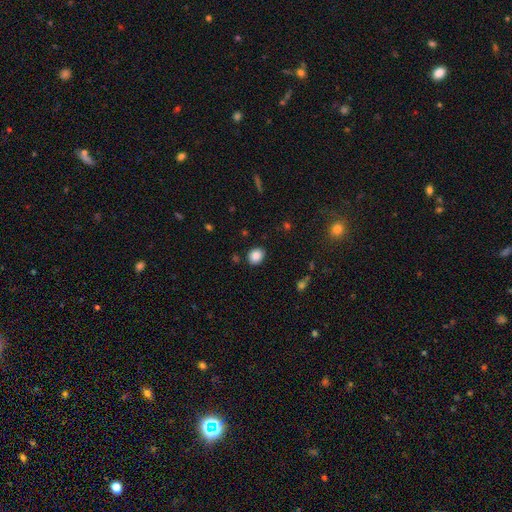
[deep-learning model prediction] Q: Smooth or featured?
A: smooth (87%); runner-up: star or artifact (9%)
Q: How rounded?
A: round (57%); runner-up: in between (42%)
Q: Merging?
A: none (88%); runner-up: minor disturbance (8%)